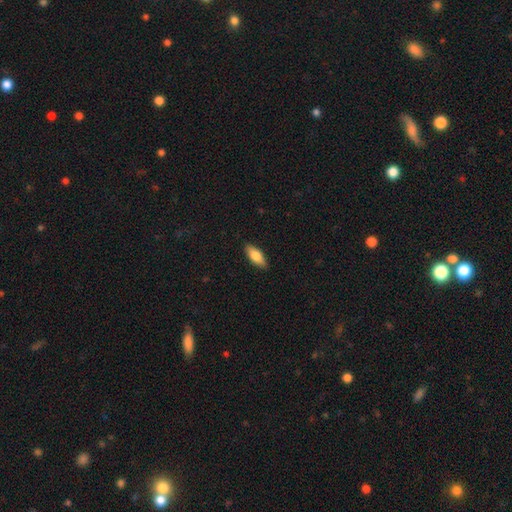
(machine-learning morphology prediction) A smooth galaxy with no disk features (77%) that is in between round and cigar-shaped (75%).

Vote fractions:
- Smooth or featured? smooth: 77% / featured or disk: 17% / star or artifact: 6%
- How rounded? in between: 75% / cigar-shaped: 23% / round: 2%
- Merging? none: 89% / minor disturbance: 9% / major disturbance: 2% / merger: 1%